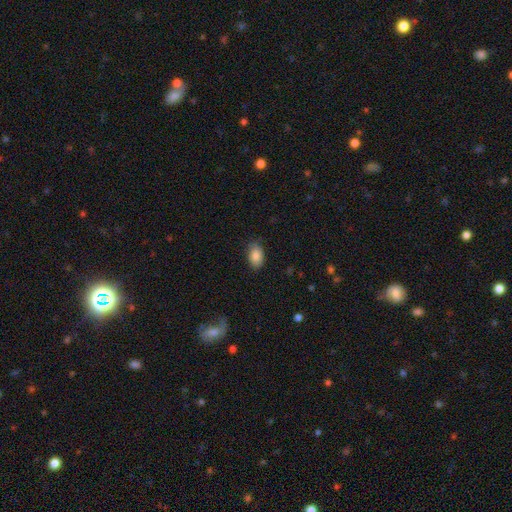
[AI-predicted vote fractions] This is clearly a smooth galaxy (85%). How rounded: clearly in between (90%). Merging: clearly none (83%).